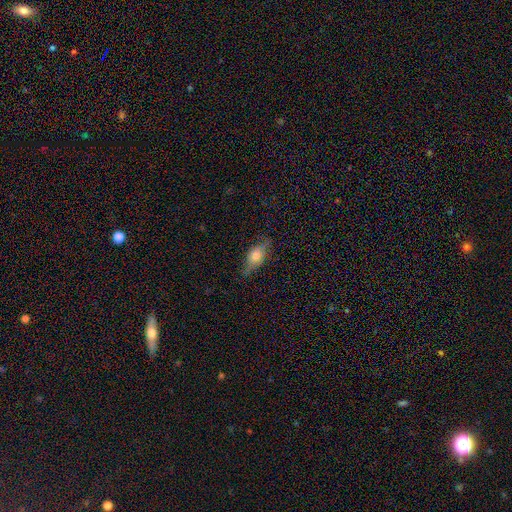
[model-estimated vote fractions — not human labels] Smooth or featured?
  - smooth: 58% *
  - featured or disk: 34%
  - star or artifact: 8%
How rounded?
  - in between: 77% *
  - cigar-shaped: 16%
  - round: 7%
Merging?
  - none: 72% *
  - minor disturbance: 21%
  - major disturbance: 5%
  - merger: 1%